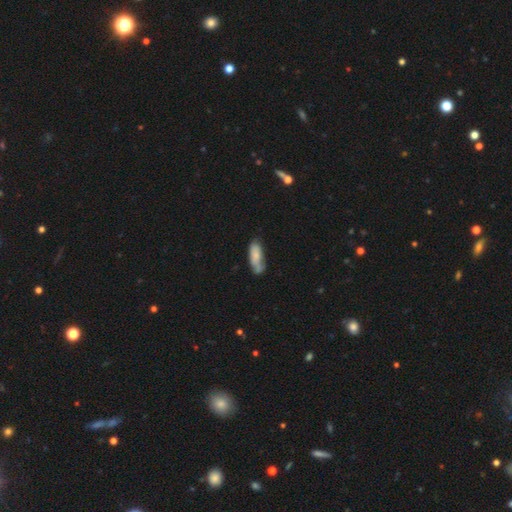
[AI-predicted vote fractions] smooth-or-featured: smooth: 74% | featured or disk: 19% | star or artifact: 7%
  how-rounded: in between: 66% | cigar-shaped: 32% | round: 2%
  merging: none: 47% | minor disturbance: 31% | major disturbance: 11% | merger: 11%